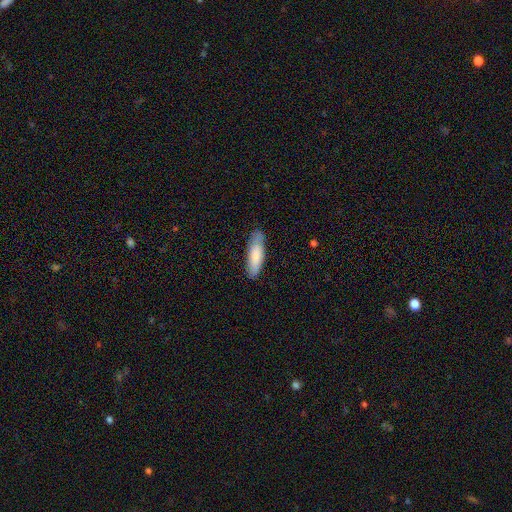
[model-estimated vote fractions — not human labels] This is clearly a smooth galaxy (82%). How rounded: possibly cigar-shaped (58%). Merging: clearly none (83%).